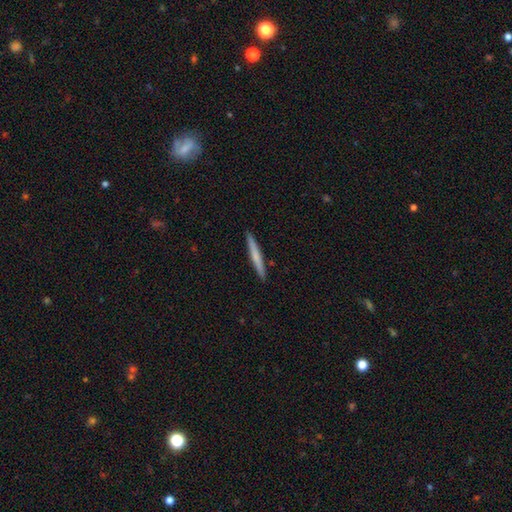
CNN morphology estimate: The model was most divided on "smooth or featured": smooth: 60%, featured or disk: 35%, star or artifact: 5%. More confident: how rounded — cigar-shaped (96%); merging — none (93%).